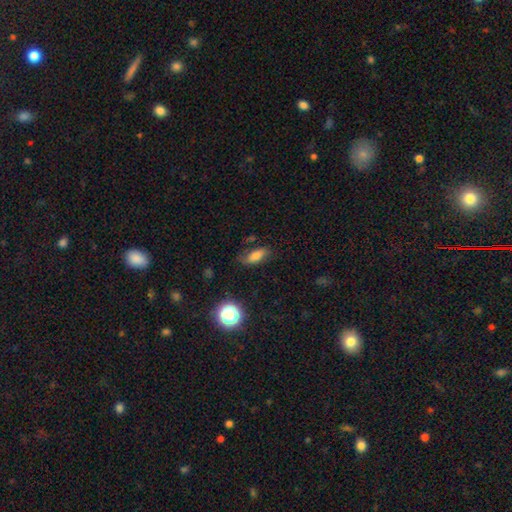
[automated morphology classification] smooth_or_featured: smooth (p=0.72) [alt: featured or disk p=0.16]
how_rounded: in between (p=0.77) [alt: cigar-shaped p=0.17]
merging: none (p=0.67) [alt: minor disturbance p=0.22]